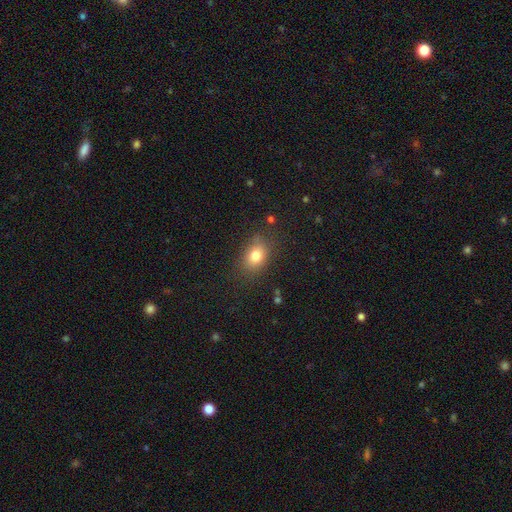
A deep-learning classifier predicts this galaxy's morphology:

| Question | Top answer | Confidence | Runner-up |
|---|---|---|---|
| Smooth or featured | smooth | 79% | star or artifact (11%) |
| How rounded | in between | 71% | round (28%) |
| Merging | none | 78% | minor disturbance (15%) |